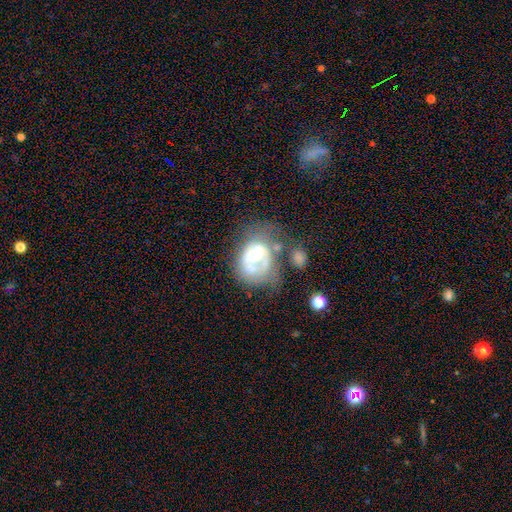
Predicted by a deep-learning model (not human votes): Smooth or featured? featured or disk (59%)
Edge-on disk? no (97%)
Bar? no (83%)
Spiral arms? no (66%)
Bulge size? moderate (56%)
Merging? major disturbance (30%)